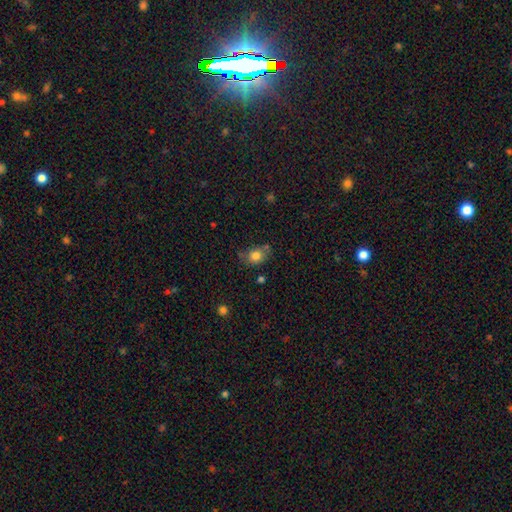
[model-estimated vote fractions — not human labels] Smooth or featured: smooth — 80% (star or artifact — 10%)
How rounded: in between — 54% (round — 44%)
Merging: none — 64% (minor disturbance — 23%)